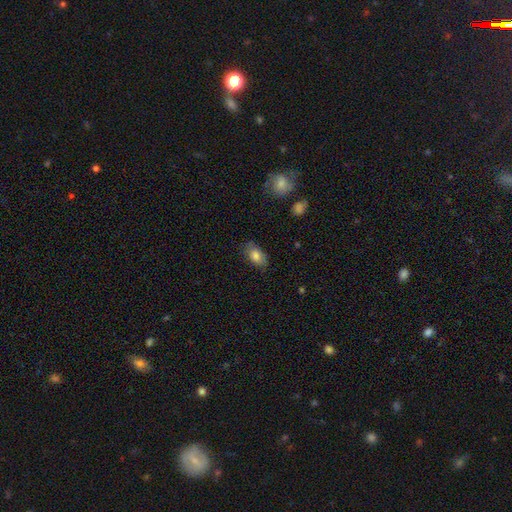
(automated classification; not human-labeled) Smooth or featured? Predicted: smooth (p=0.81). How rounded? Predicted: in between (p=0.91). Merging? Predicted: none (p=0.77).